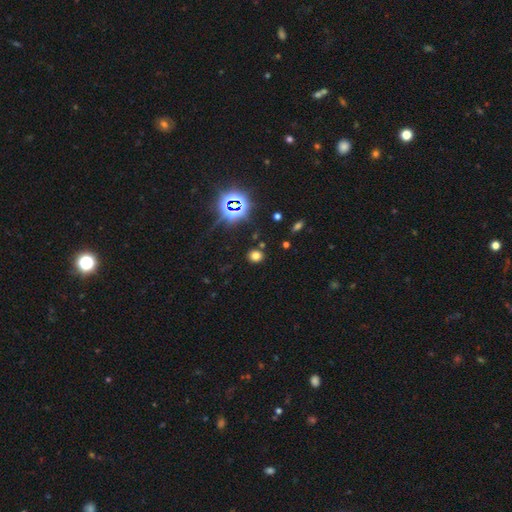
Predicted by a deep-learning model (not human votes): This is likely a smooth galaxy (67%). How rounded: likely round (76%). Merging: clearly none (86%).